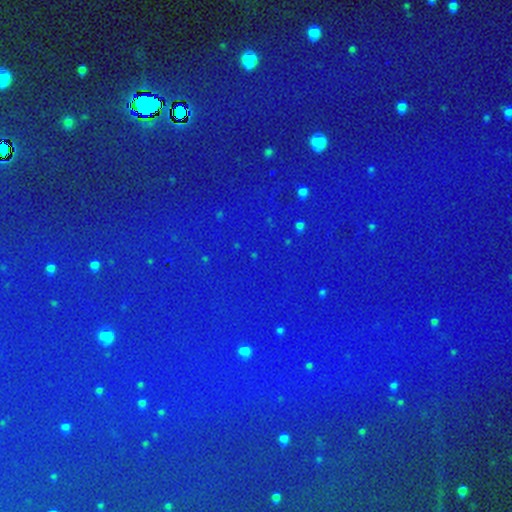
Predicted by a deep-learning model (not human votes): The model was most divided on "smooth or featured": star or artifact: 82%, smooth: 11%, featured or disk: 7%.